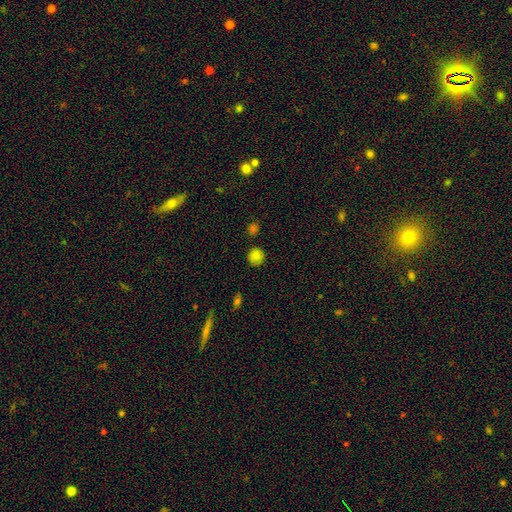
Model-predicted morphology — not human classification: This appears to be a smooth galaxy with no disk features (83%) that is round (90%). Merging: none (83%).